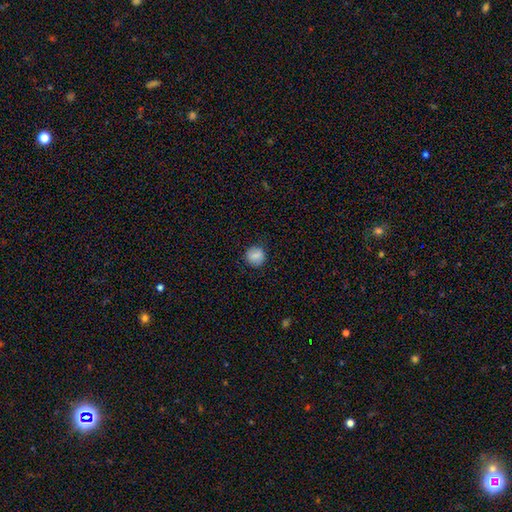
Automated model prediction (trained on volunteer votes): A smooth galaxy with no disk features (85%) that is round (89%). Merging: none (85%).